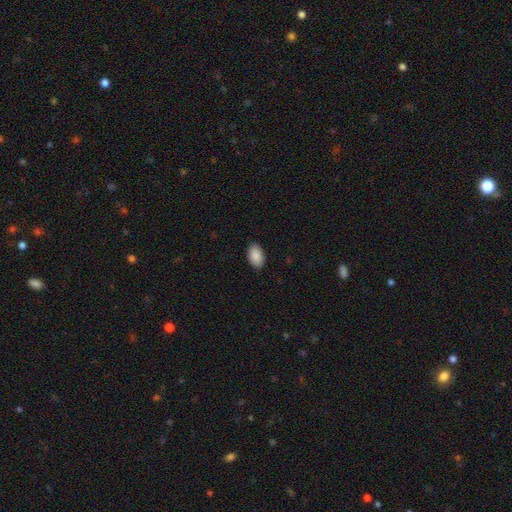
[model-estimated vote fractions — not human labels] A smooth galaxy with no disk features (90%) that is in between round and cigar-shaped (94%). Merging: none (89%).